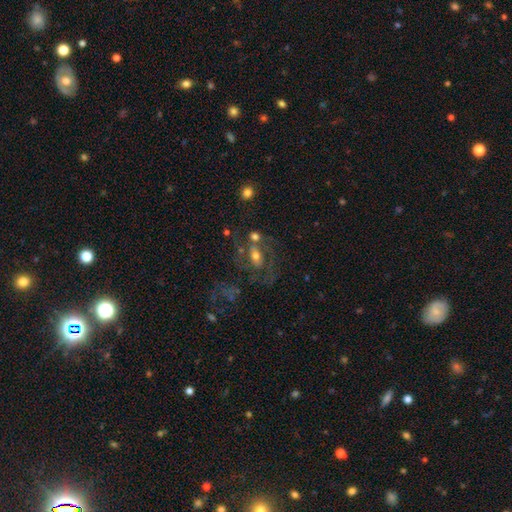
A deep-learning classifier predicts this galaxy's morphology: smooth_or_featured: featured or disk (p=0.57) [alt: smooth p=0.31]
disk_edge_on: no (p=0.93) [alt: yes p=0.07]
bar: no (p=0.57) [alt: weak p=0.29]
has_spiral_arms: yes (p=0.58) [alt: no p=0.42]
bulge_size: moderate (p=0.58) [alt: small p=0.28]
merging: none (p=0.42) [alt: merger p=0.22]